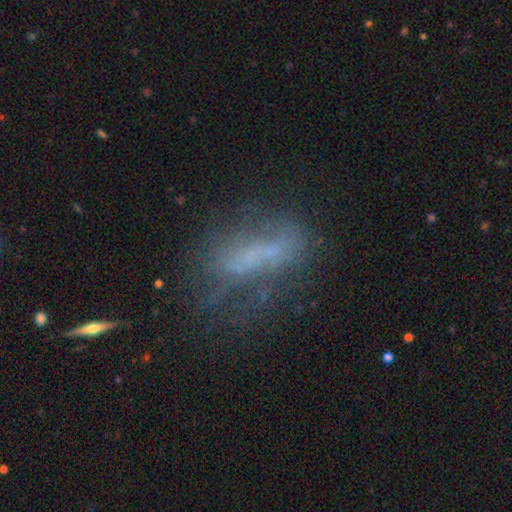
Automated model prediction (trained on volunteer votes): The model was most divided on "smooth or featured": featured or disk: 42%, smooth: 39%, star or artifact: 19%. Remaining: merging — none (45%).